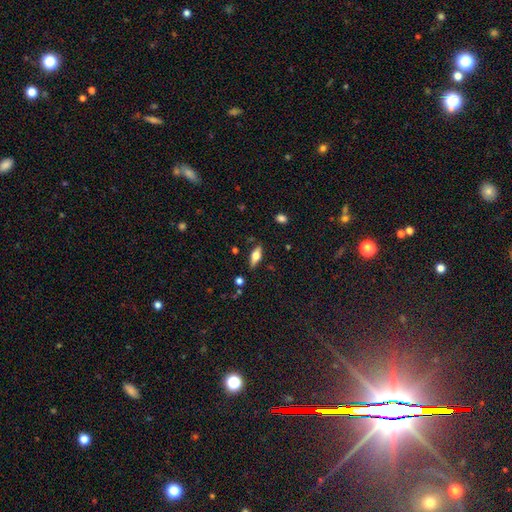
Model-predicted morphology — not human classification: This is possibly a smooth galaxy (48%). Merging: clearly none (84%).